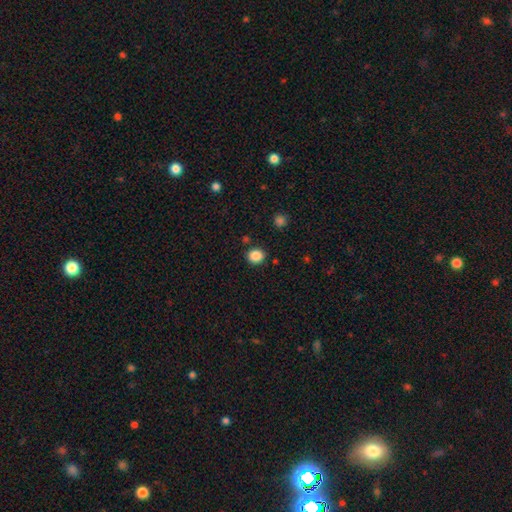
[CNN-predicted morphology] type=smooth (87%); roundness=round (76%); merging=none (87%).